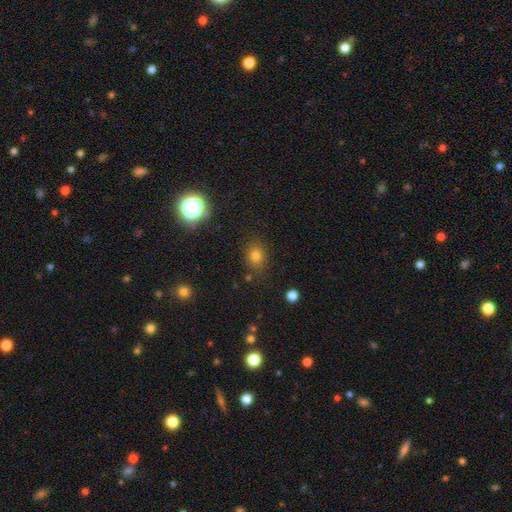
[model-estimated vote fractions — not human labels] Q: Smooth or featured?
A: smooth (74%); runner-up: star or artifact (18%)
Q: How rounded?
A: round (57%); runner-up: in between (42%)
Q: Merging?
A: none (81%); runner-up: minor disturbance (12%)